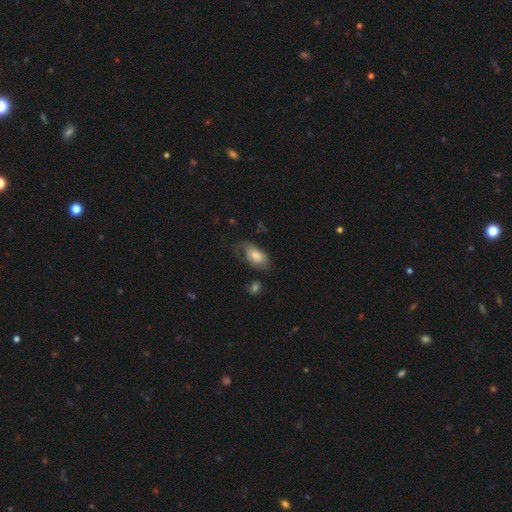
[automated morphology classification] A smooth galaxy with no disk features (71%) that is in between round and cigar-shaped (92%). Merging: none (41%).